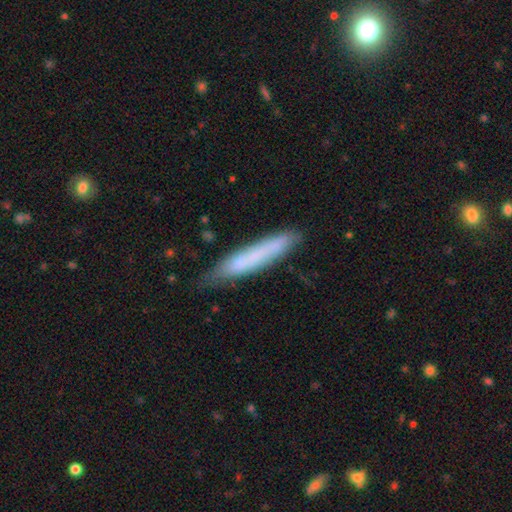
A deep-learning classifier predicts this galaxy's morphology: type=smooth (67%); roundness=cigar-shaped (91%); merging=none (74%).